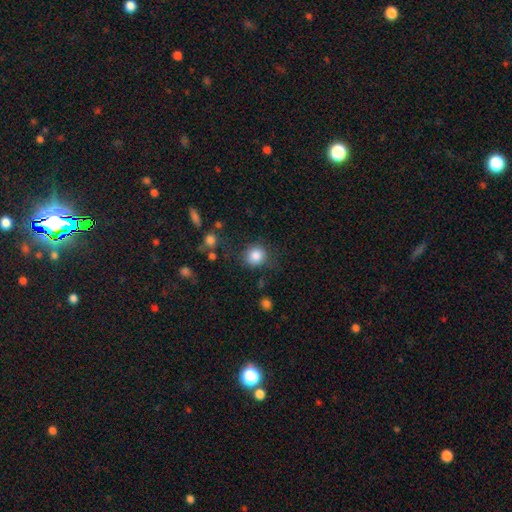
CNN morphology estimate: This appears to be a smooth galaxy with no disk features (86%) that is round (86%). Merging: none (77%).